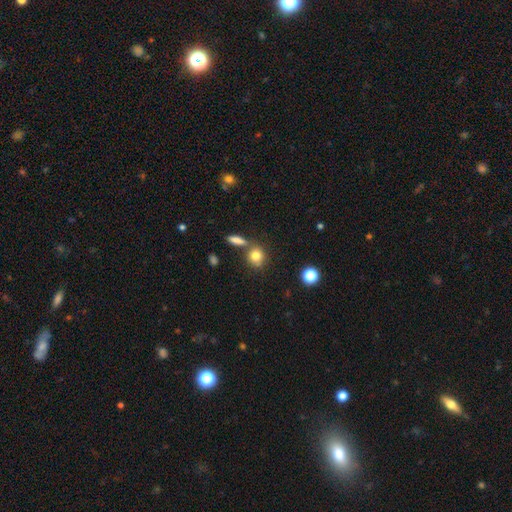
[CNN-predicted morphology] A smooth galaxy with no disk features (80%) that is round (77%). Merging: none (67%).